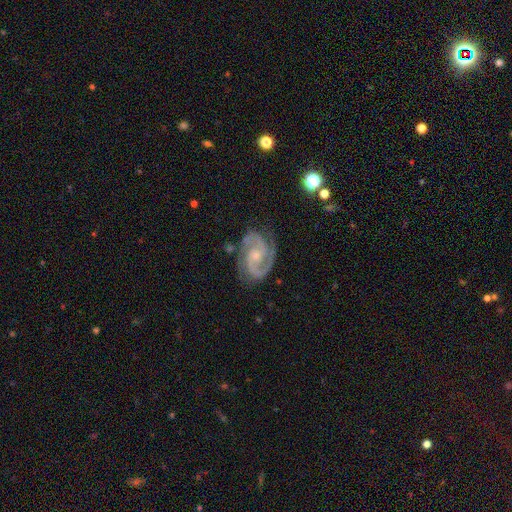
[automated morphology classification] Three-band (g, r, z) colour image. It shows a featured or disk galaxy (92%) with no bar (57%), 2 (89%) medium (52%) spiral arms (99%) and a small central bulge (61%). Merging: none (76%).